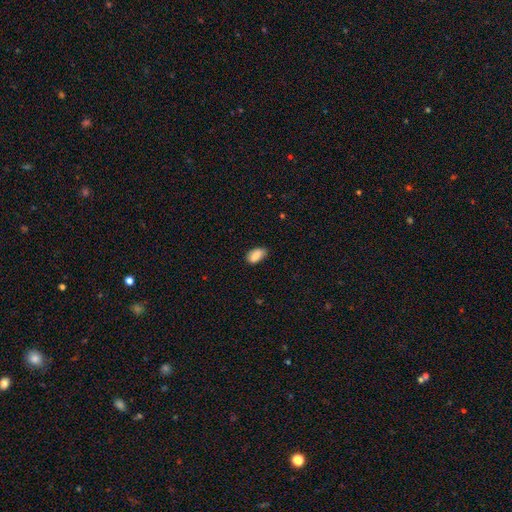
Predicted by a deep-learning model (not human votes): Smooth or featured? smooth (85%)
How rounded? in between (91%)
Merging? none (67%)